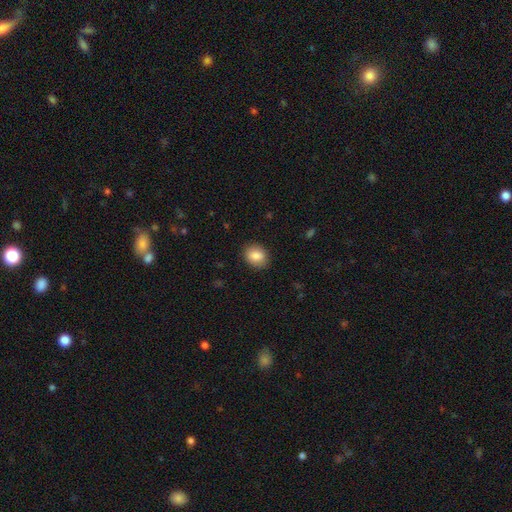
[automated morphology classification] Q: Smooth or featured?
A: smooth (86%); runner-up: star or artifact (8%)
Q: How rounded?
A: in between (53%); runner-up: round (46%)
Q: Merging?
A: none (87%); runner-up: minor disturbance (9%)